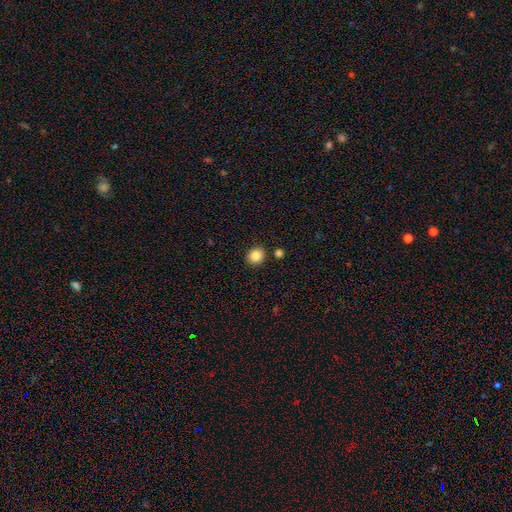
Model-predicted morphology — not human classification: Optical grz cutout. It shows a smooth galaxy with no disk features (86%) that is round (81%). Merging: none (88%).